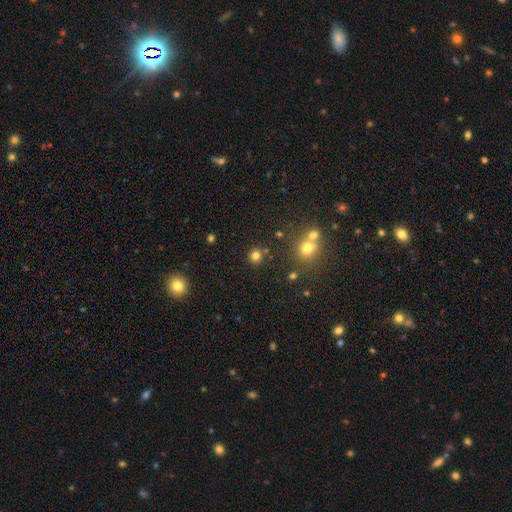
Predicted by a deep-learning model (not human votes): Smooth or featured?
  - smooth: 77% *
  - star or artifact: 17%
  - featured or disk: 6%
How rounded?
  - round: 91% *
  - in between: 8%
  - cigar-shaped: 1%
Merging?
  - none: 83% *
  - merger: 8%
  - minor disturbance: 7%
  - major disturbance: 3%